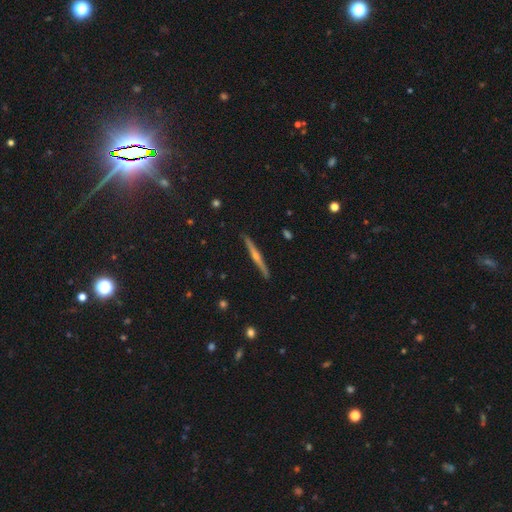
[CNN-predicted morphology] This appears to be a featured or disk galaxy (76%) viewed edge-on (98%) with a rounded central bulge (81%). Merging: none (92%).